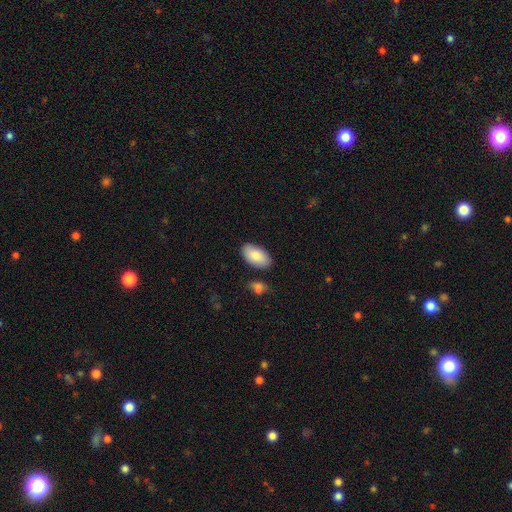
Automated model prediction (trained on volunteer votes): Smooth or featured? smooth (85%)
How rounded? in between (95%)
Merging? none (81%)